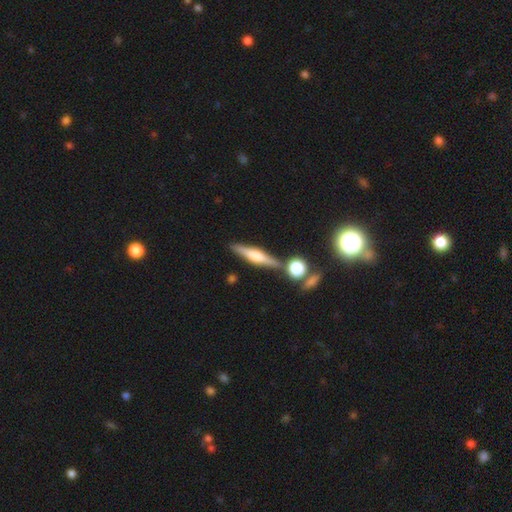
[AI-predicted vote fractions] smooth-or-featured: featured or disk: 58% | smooth: 34% | star or artifact: 8%
  disk-edge-on: yes: 96% | no: 4%
    edge-on-bulge: rounded: 72% | boxy: 21% | none: 7%
  merging: none: 79% | minor disturbance: 10% | merger: 8% | major disturbance: 3%